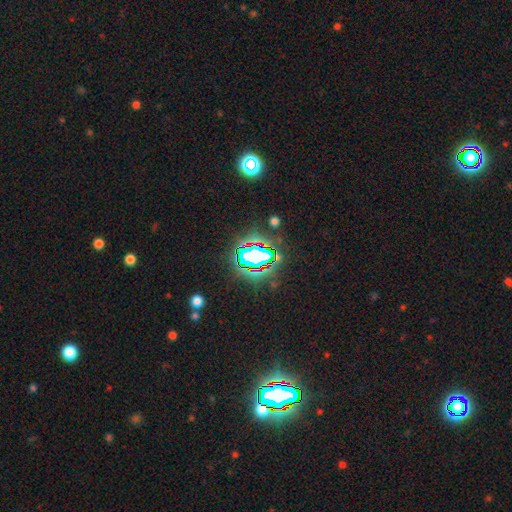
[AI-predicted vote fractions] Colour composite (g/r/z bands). It shows a star or artifact, not a galaxy (67%).